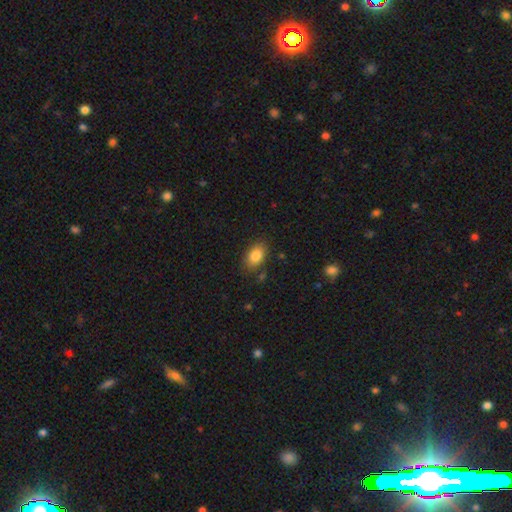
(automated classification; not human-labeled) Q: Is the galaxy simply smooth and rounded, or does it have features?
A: smooth — 84%.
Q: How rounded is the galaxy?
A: in between — 85%.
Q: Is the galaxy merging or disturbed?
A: none — 81%.